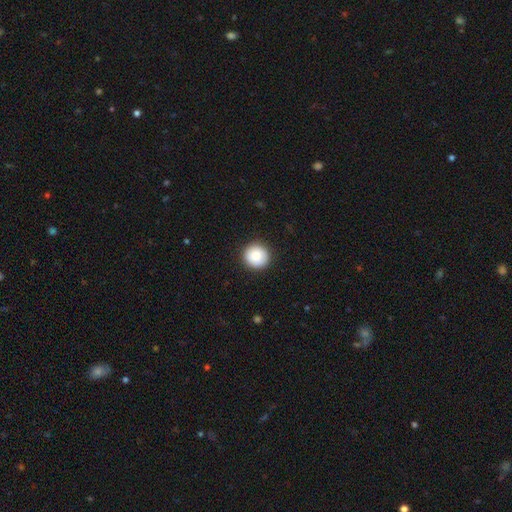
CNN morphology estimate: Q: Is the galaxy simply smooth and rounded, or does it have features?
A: smooth — 82%.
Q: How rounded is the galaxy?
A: round — 95%.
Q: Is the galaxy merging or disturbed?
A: none — 91%.